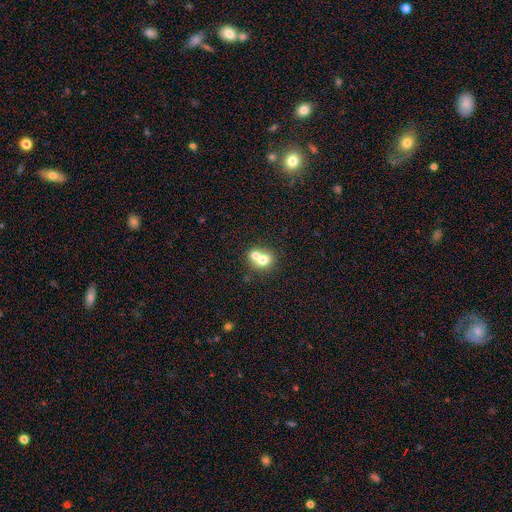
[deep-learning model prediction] Smooth or featured? Predicted: smooth (p=0.68). How rounded? Predicted: round (p=0.68). Merging? Predicted: merger (p=0.68).